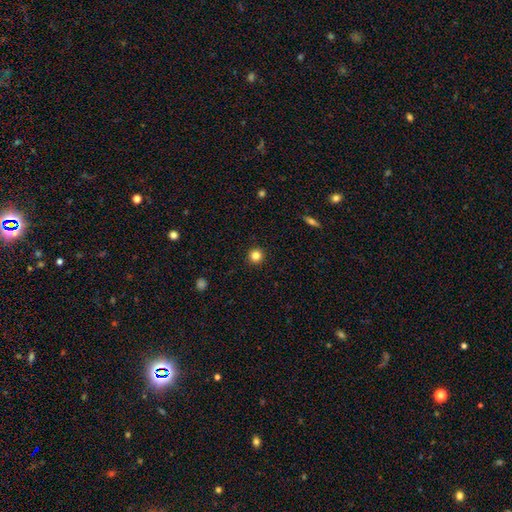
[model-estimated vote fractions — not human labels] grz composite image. It shows a smooth galaxy with no disk features (82%) that is round (96%). Merging: none (93%).